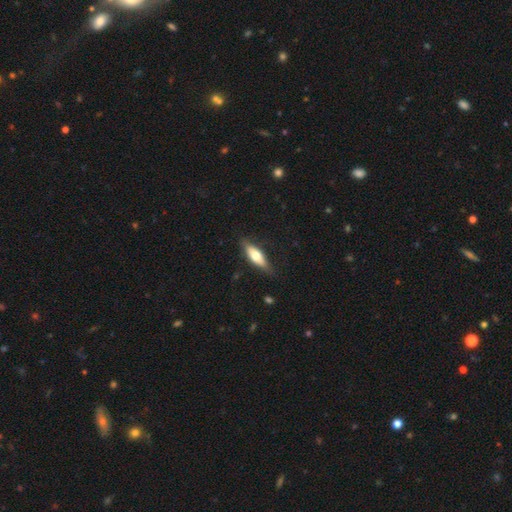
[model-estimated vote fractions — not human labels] Morphology: type=smooth (59%); roundness=in between (60%); merging=none (78%).